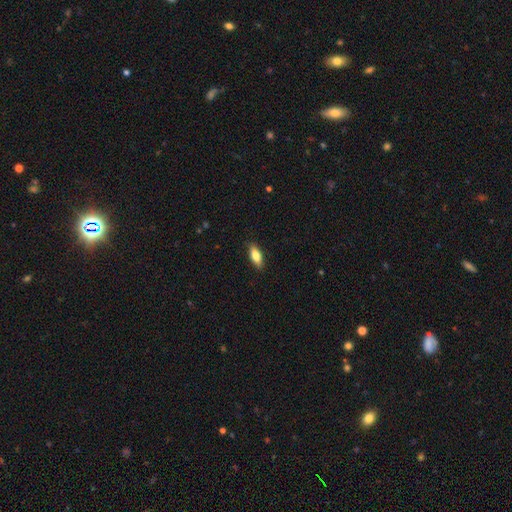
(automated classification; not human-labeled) Smooth or featured? smooth (79%)
How rounded? in between (75%)
Merging? none (88%)